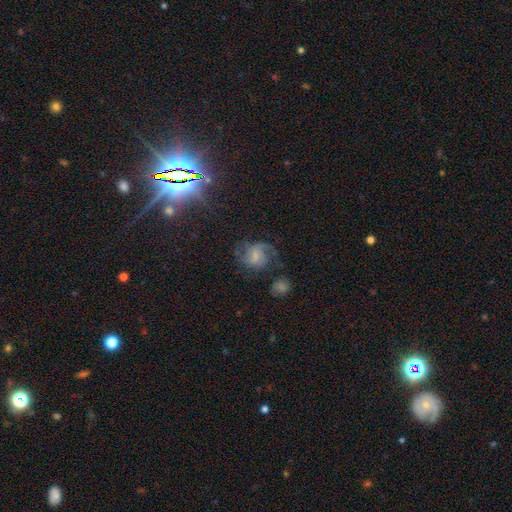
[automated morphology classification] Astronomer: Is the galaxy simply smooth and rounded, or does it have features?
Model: featured or disk — 64%.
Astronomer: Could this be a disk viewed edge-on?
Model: no — 98%.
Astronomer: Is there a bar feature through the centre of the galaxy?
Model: weak — 49% (runner-up: no, 41%).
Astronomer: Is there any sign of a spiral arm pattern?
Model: yes — 90%.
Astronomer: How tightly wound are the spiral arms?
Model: medium — 49% (runner-up: loose, 31%).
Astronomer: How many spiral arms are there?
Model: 2 — 56%.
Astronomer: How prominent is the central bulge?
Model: small — 48% (runner-up: moderate, 27%).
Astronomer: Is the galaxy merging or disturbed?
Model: none — 52%.